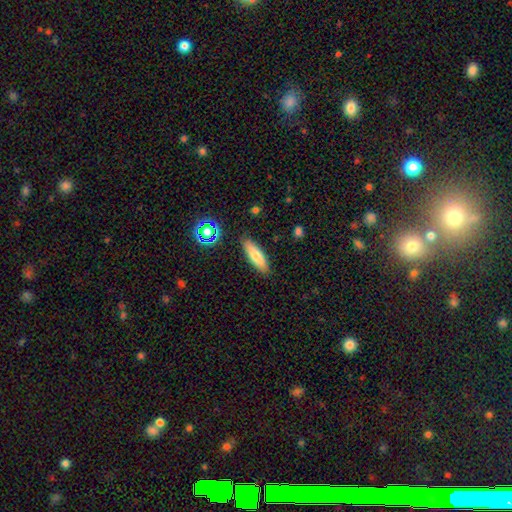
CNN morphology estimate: Smooth or featured? Predicted: smooth (p=0.75). How rounded? Predicted: cigar-shaped (p=0.55). Merging? Predicted: none (p=0.87).